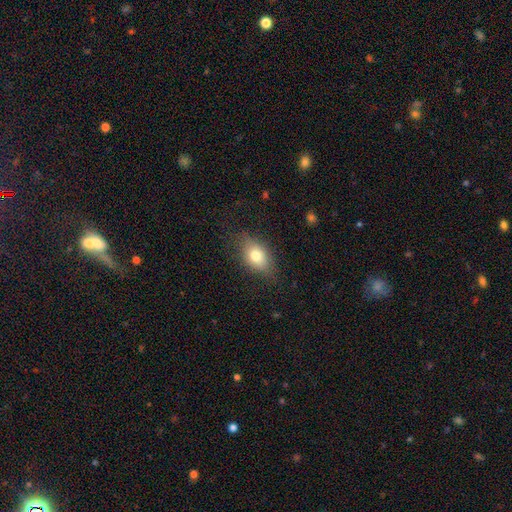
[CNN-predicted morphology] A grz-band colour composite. It shows a smooth galaxy with no disk features (76%) that is in between round and cigar-shaped (82%). Merging: none (74%).